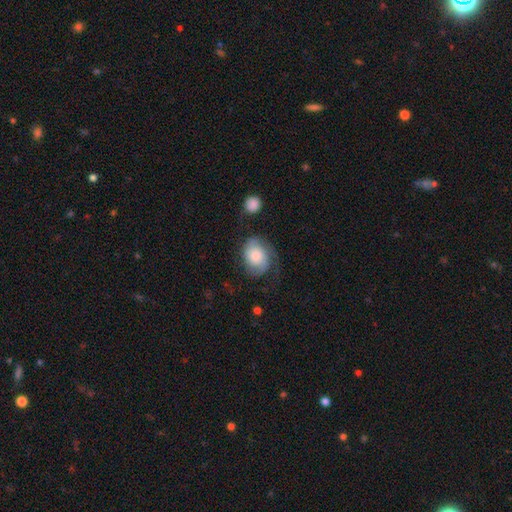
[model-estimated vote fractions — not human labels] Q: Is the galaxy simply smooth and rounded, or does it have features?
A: featured or disk — 50%.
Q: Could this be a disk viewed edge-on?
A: no — 97%.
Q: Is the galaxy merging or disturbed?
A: none — 53%.